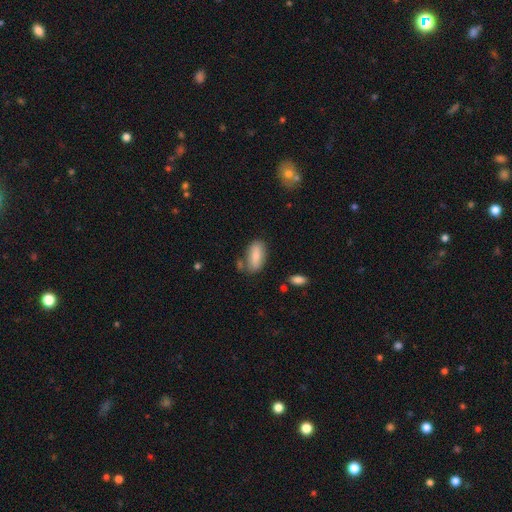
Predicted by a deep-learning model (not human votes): A smooth galaxy with no disk features (81%) that is in between round and cigar-shaped (85%).

Vote fractions:
- Smooth or featured? smooth: 81% / featured or disk: 12% / star or artifact: 7%
- How rounded? in between: 85% / cigar-shaped: 12% / round: 3%
- Merging? none: 69% / minor disturbance: 18% / merger: 8% / major disturbance: 5%